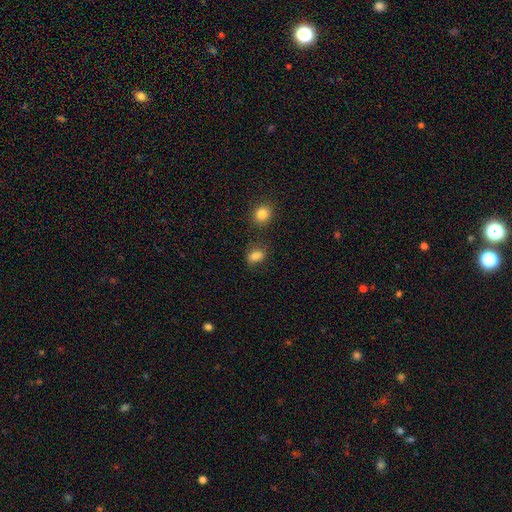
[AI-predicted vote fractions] A smooth galaxy with no disk features (84%) that is in between round and cigar-shaped (77%). Merging: none (72%).